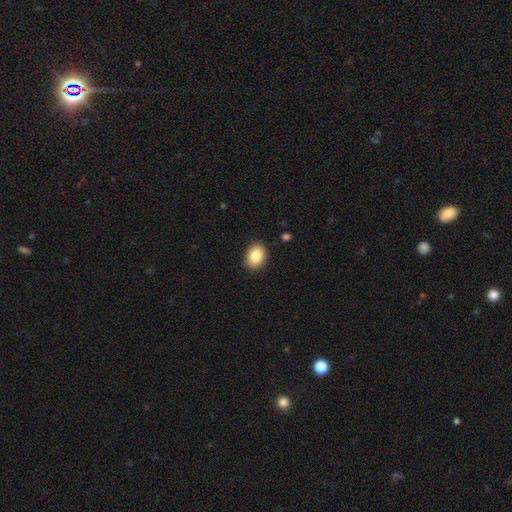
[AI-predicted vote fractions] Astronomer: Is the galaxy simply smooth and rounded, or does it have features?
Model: smooth — 85%.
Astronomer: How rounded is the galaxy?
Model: in between — 65%.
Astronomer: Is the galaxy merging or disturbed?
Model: none — 88%.